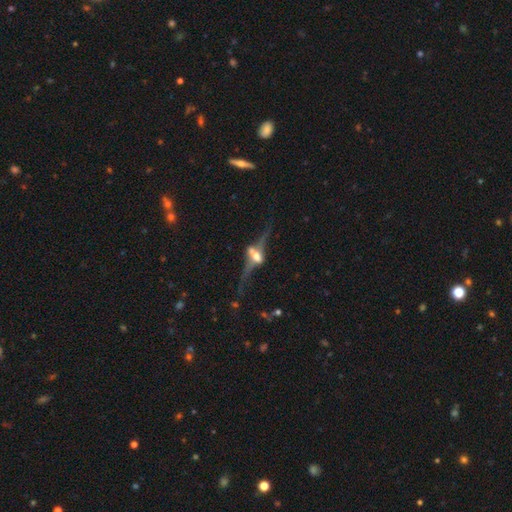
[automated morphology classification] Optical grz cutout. It shows a featured or disk galaxy (83%) viewed edge-on (82%) with a rounded central bulge (88%). Merging: none (56%).